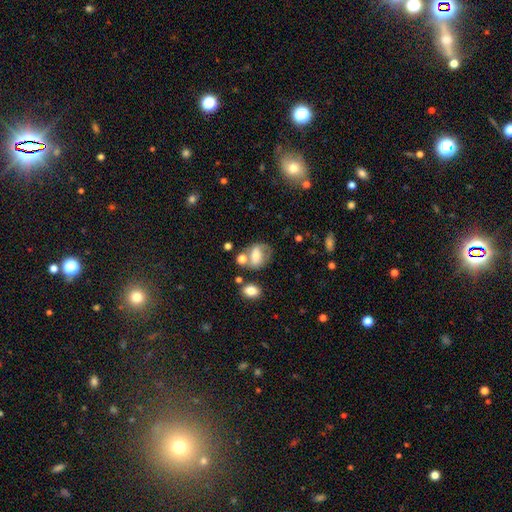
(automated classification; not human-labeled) smooth-or-featured: smooth: 55% | featured or disk: 35% | star or artifact: 11%
  how-rounded: in between: 63% | round: 34% | cigar-shaped: 2%
  merging: none: 46% | minor disturbance: 22% | merger: 17% | major disturbance: 15%